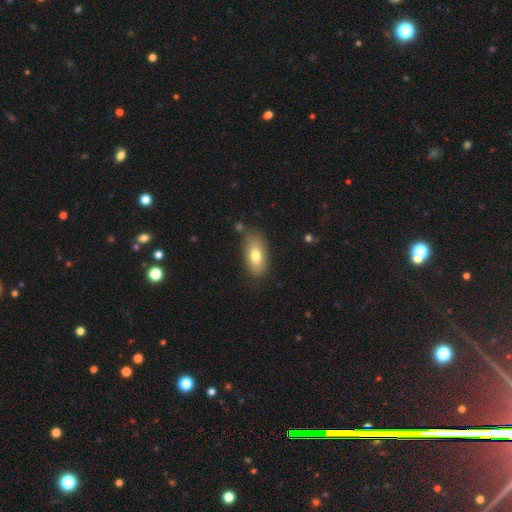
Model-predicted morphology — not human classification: The model was most divided on "smooth or featured": smooth: 75%, featured or disk: 18%, star or artifact: 7%. More confident: how rounded — in between (88%); merging — none (75%).